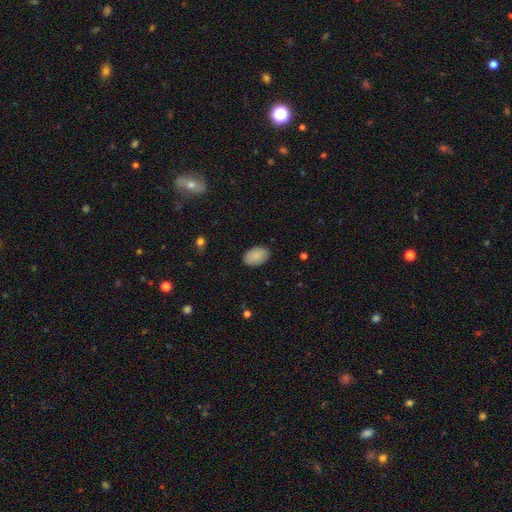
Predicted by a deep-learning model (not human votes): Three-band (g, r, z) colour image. It shows a smooth galaxy with no disk features (87%) that is in between round and cigar-shaped (90%). Merging: none (86%).